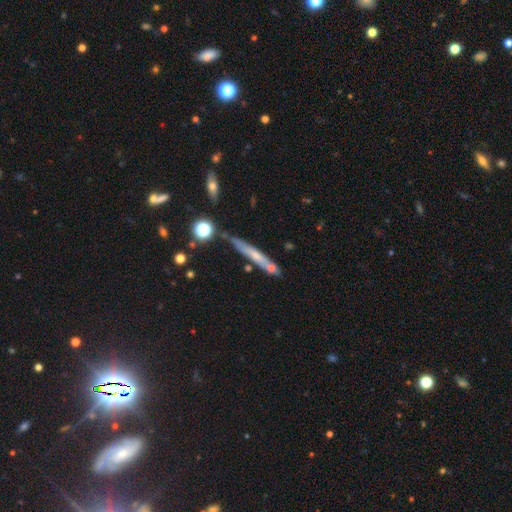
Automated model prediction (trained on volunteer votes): smooth-or-featured: smooth: 46% | featured or disk: 45% | star or artifact: 10%
  merging: none: 68% | minor disturbance: 17% | merger: 10% | major disturbance: 5%